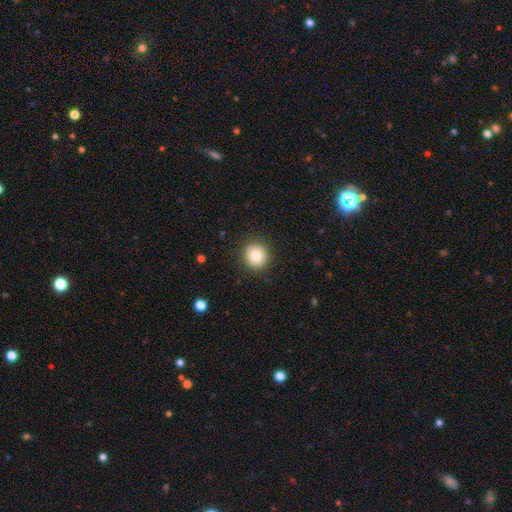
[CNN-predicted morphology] A smooth galaxy with no disk features (79%) that is round (91%).

Vote fractions:
- Smooth or featured? smooth: 79% / featured or disk: 11% / star or artifact: 10%
- How rounded? round: 91% / in between: 8% / cigar-shaped: 1%
- Merging? none: 90% / minor disturbance: 7% / major disturbance: 2% / merger: 1%